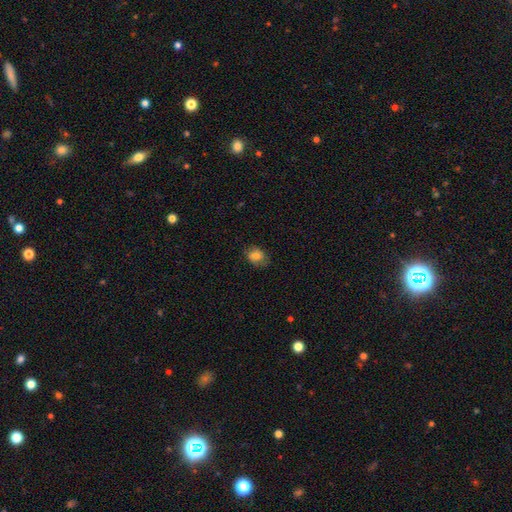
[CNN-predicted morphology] The model was most divided on "how rounded": in between: 63%, round: 36%, cigar-shaped: 1%. More confident: smooth or featured — smooth (72%); merging — none (71%).